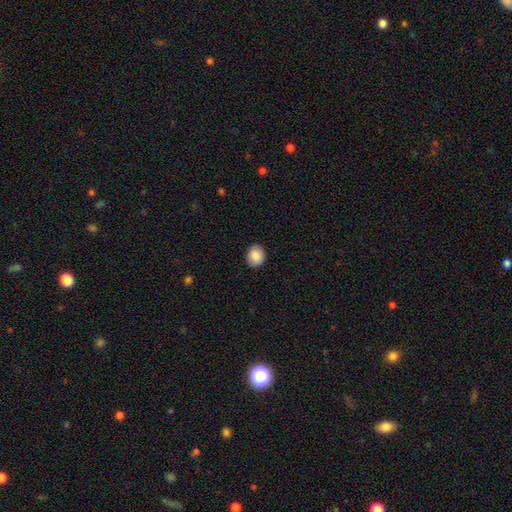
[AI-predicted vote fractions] The model was most divided on "how rounded": round: 74%, in between: 25%, cigar-shaped: 1%. More confident: merging — none (90%); smooth or featured — smooth (88%).